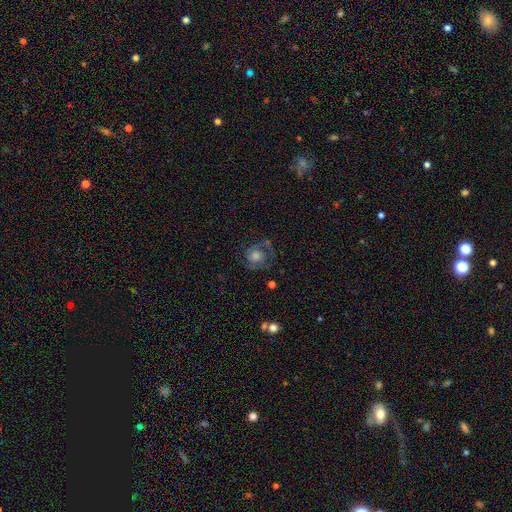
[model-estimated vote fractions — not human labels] featured or disk 69%, smooth 20%, star or artifact 12%. Down the decision tree: edge-on disk — no (98%); bar — no (75%); spiral arms — yes (90%); spiral arm count — 2 (66%); spiral winding — tight (48%); bulge size — moderate (52%); merging — none (71%).